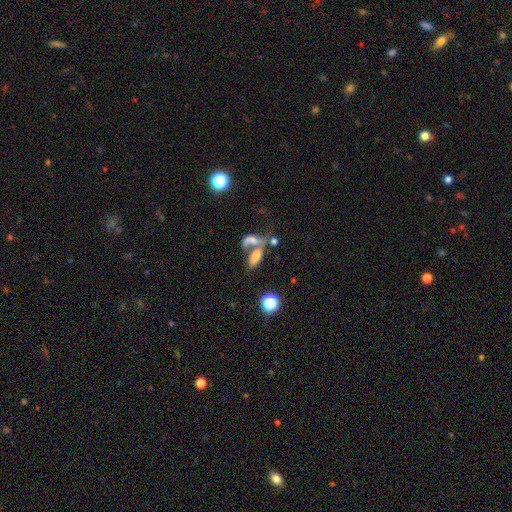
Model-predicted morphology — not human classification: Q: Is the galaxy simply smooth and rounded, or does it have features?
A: smooth — 63%.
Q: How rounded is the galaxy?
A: in between — 74%.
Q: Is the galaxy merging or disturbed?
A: merger — 59%.